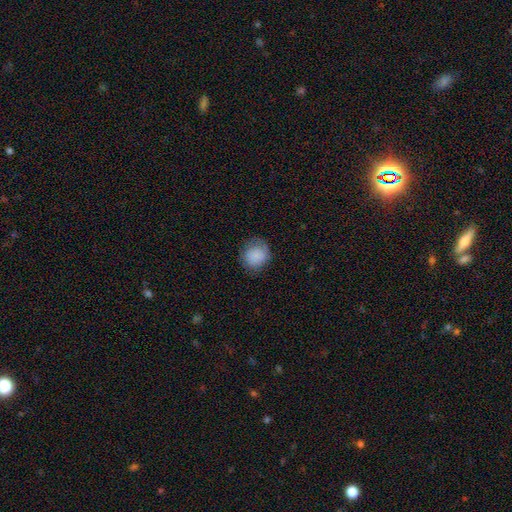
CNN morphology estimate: Overall: smooth (85%). How rounded: round (77%). Merging: none (74%).